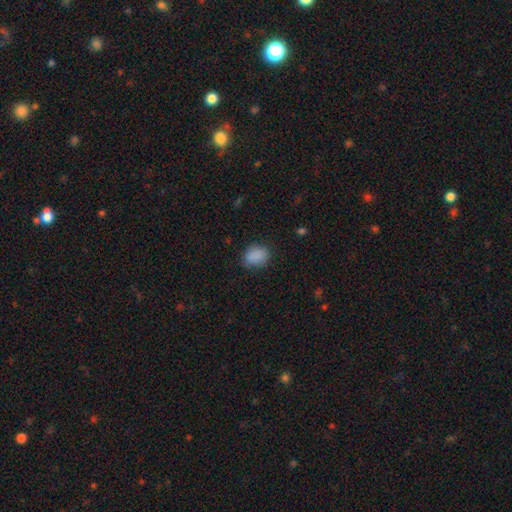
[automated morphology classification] A smooth galaxy with no disk features (87%) that is in between round and cigar-shaped (66%). Merging: none (78%).